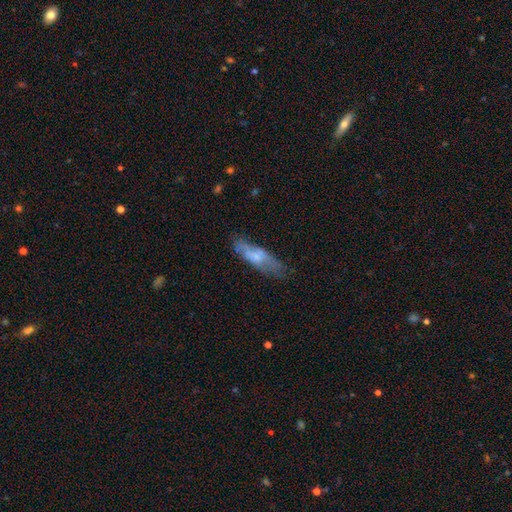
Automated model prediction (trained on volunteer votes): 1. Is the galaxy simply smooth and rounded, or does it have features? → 56% smooth, 37% featured or disk, 7% star or artifact.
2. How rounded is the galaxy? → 56% cigar-shaped, 42% in between, 2% round.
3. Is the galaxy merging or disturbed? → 60% none, 26% minor disturbance, 11% major disturbance, 3% merger.